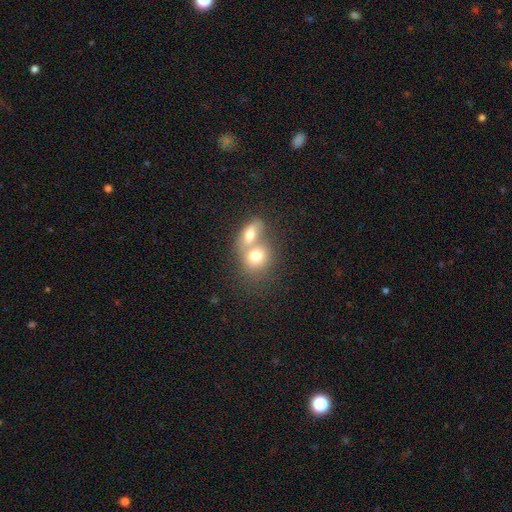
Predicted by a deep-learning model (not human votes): Smooth or featured? Predicted: smooth (p=0.74). How rounded? Predicted: round (p=0.51). Merging? Predicted: merger (p=0.67).